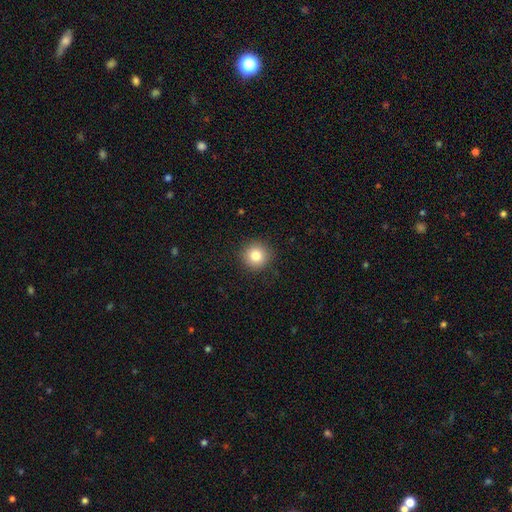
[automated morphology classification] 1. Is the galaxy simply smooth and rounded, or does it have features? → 82% smooth, 10% star or artifact, 7% featured or disk.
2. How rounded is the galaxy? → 95% round, 4% in between, 1% cigar-shaped.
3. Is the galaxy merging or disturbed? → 91% none, 6% minor disturbance, 2% major disturbance, 1% merger.